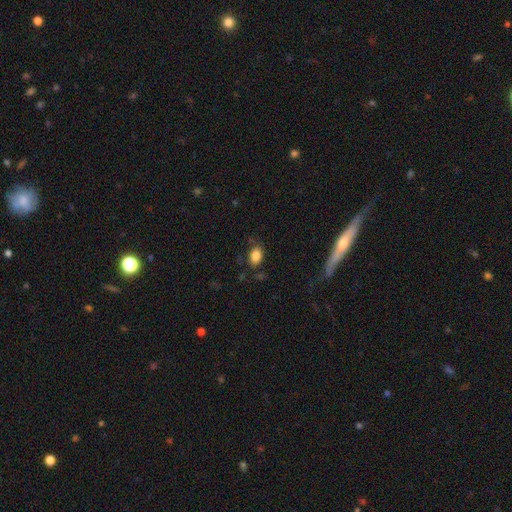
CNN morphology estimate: Smooth or featured: smooth — 85% (star or artifact — 9%)
How rounded: in between — 83% (round — 16%)
Merging: none — 74% (minor disturbance — 17%)